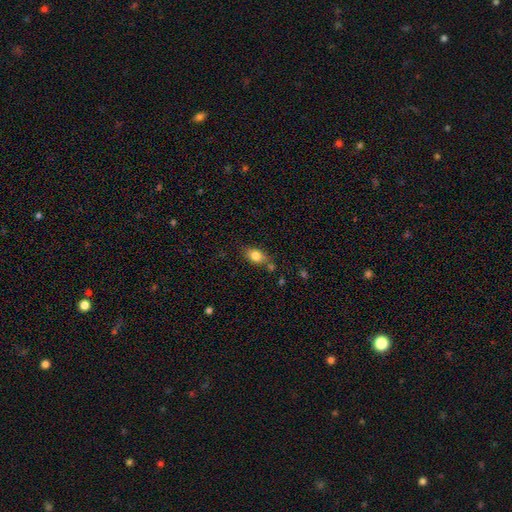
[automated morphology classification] The model was most divided on "merging": none: 65%, minor disturbance: 20%, merger: 10%, major disturbance: 5%. More confident: smooth or featured — smooth (79%); how rounded — in between (74%).